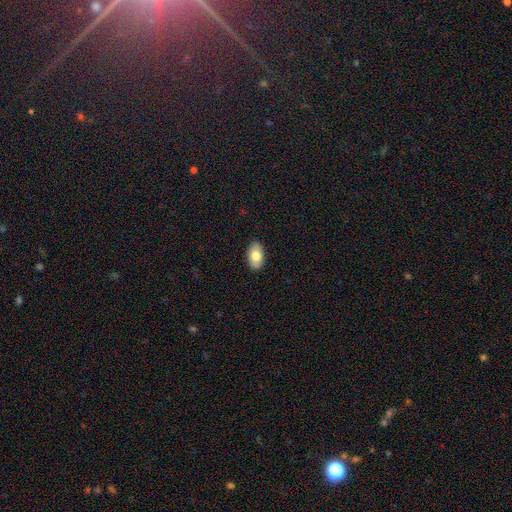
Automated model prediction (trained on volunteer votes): This is likely a smooth galaxy (78%). How rounded: clearly in between (93%). Merging: clearly none (88%).